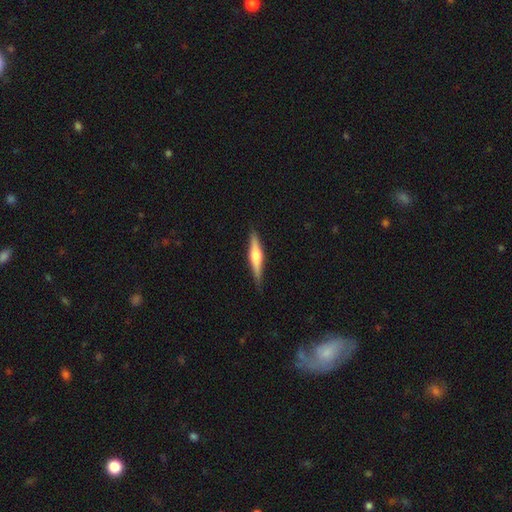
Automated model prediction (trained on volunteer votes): This appears to be a featured or disk galaxy (58%) viewed edge-on (97%) with a rounded central bulge (83%). Merging: none (87%).